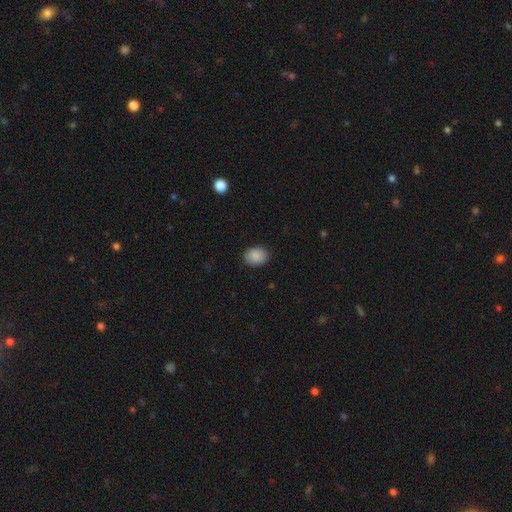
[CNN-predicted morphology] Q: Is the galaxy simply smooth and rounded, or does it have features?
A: smooth — 89%.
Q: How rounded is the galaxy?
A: in between — 66%.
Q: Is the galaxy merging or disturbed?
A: none — 87%.